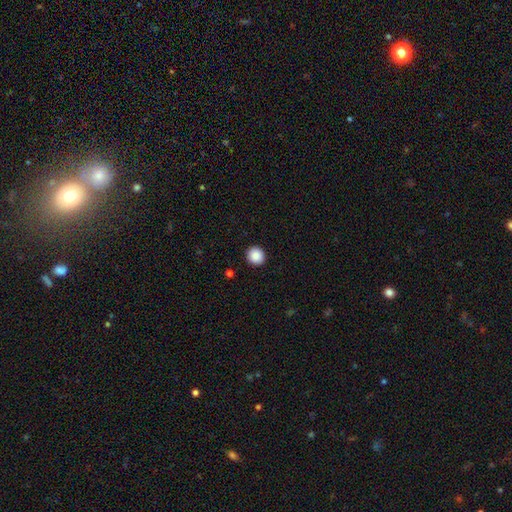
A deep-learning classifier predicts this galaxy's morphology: type=smooth (89%); roundness=round (89%); merging=none (93%).